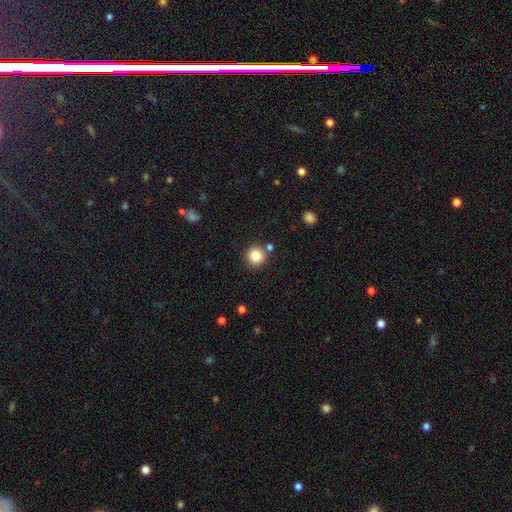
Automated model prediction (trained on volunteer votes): Q: Smooth or featured?
A: smooth (85%); runner-up: star or artifact (10%)
Q: How rounded?
A: round (93%); runner-up: in between (6%)
Q: Merging?
A: none (81%); runner-up: merger (8%)